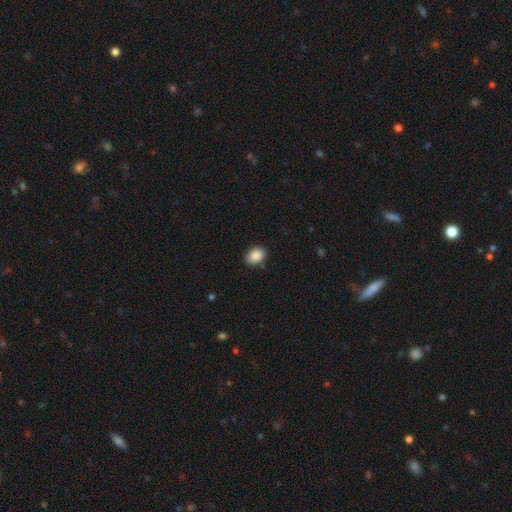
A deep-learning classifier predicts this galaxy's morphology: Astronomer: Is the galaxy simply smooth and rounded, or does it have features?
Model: smooth — 89%.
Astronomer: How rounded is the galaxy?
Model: in between — 70%.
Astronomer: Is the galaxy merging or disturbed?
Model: none — 83%.